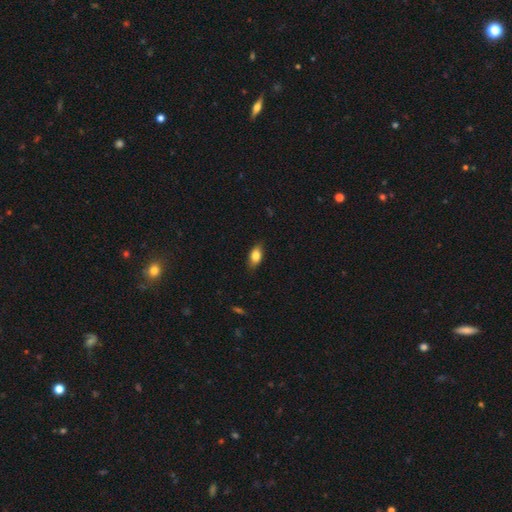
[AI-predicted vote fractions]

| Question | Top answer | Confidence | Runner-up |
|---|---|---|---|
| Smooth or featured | smooth | 81% | featured or disk (12%) |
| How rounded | in between | 87% | cigar-shaped (6%) |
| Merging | none | 84% | minor disturbance (13%) |